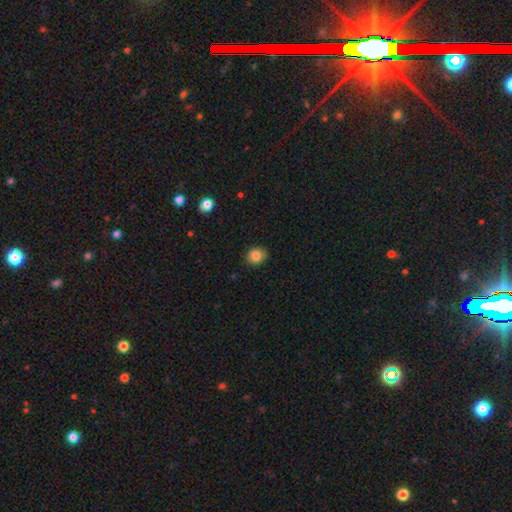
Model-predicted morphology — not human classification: Smooth or featured? smooth (85%)
How rounded? round (67%)
Merging? none (87%)